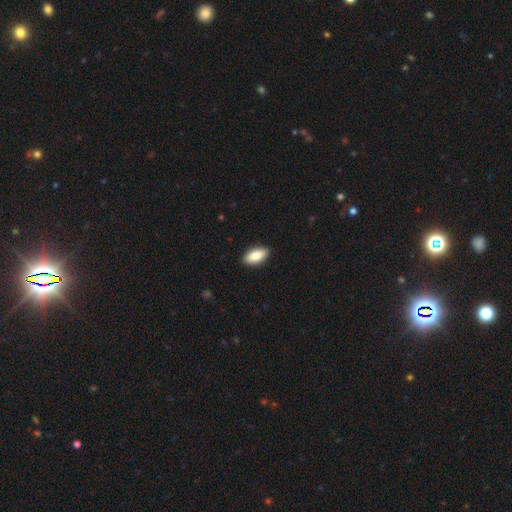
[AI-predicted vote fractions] smooth-or-featured: smooth: 86% | featured or disk: 9% | star or artifact: 6%
  how-rounded: in between: 91% | cigar-shaped: 6% | round: 2%
  merging: none: 91% | minor disturbance: 7% | major disturbance: 2% | merger: 1%